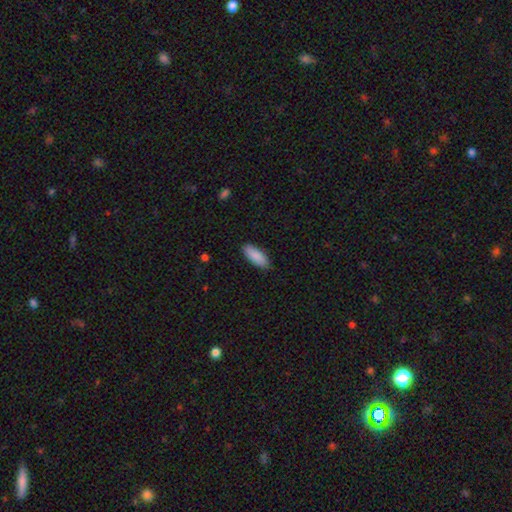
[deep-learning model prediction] smooth 89%, star or artifact 6%, featured or disk 5%. Down the decision tree: how rounded — in between (73%); merging — none (87%).